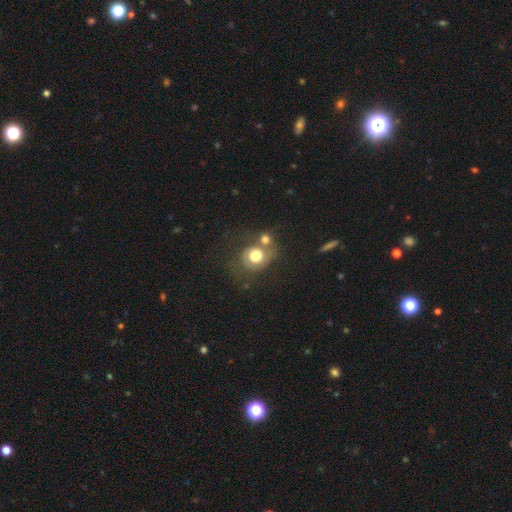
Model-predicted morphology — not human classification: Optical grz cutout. It shows a smooth galaxy with no disk features (64%) that is round (74%). Merging: merger (43%).